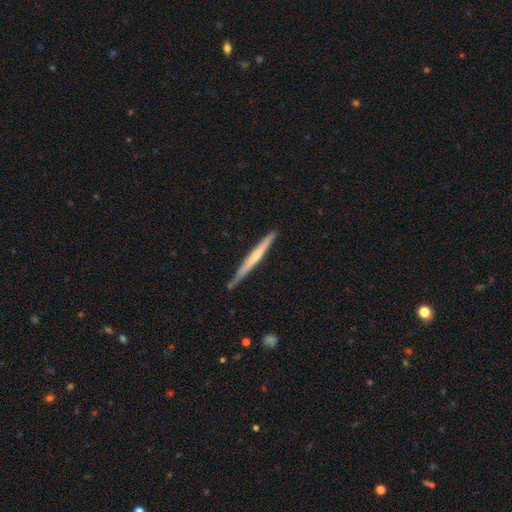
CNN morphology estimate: This appears to be a featured or disk galaxy (57%) viewed edge-on (97%) with no central bulge (49%). Merging: none (79%).